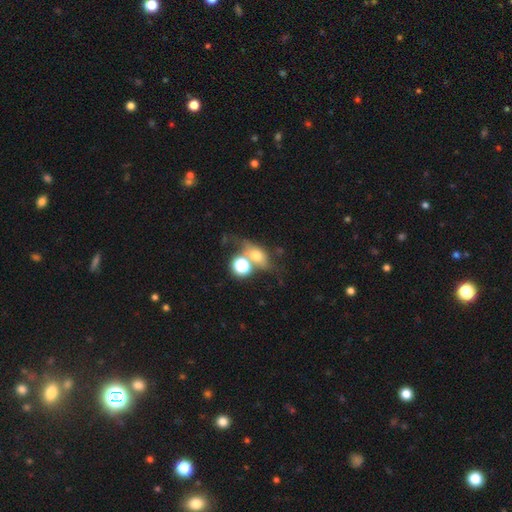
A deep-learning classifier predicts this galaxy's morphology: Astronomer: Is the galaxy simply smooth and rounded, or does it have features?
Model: smooth — 58%.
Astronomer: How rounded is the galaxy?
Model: in between — 54% (runner-up: round, 40%).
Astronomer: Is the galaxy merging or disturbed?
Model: none — 38% (runner-up: merger, 31%).